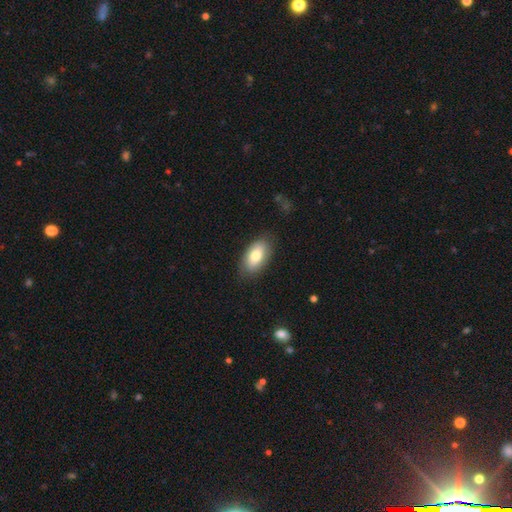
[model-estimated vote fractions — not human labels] smooth 76%, featured or disk 18%, star or artifact 6%. Down the decision tree: how rounded — in between (93%); merging — none (83%).